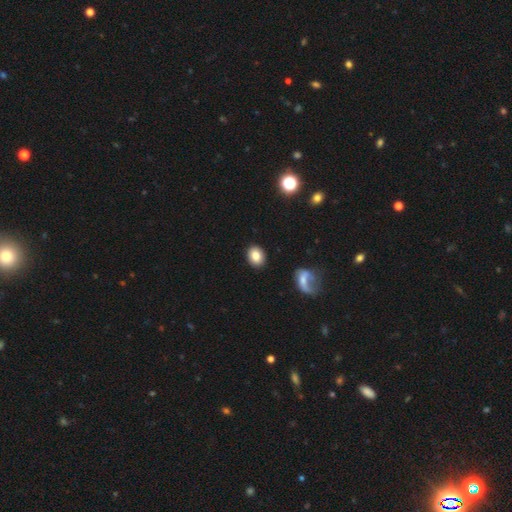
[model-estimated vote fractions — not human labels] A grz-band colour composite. It shows a smooth galaxy with no disk features (83%) that is in between round and cigar-shaped (54%). Merging: none (89%).